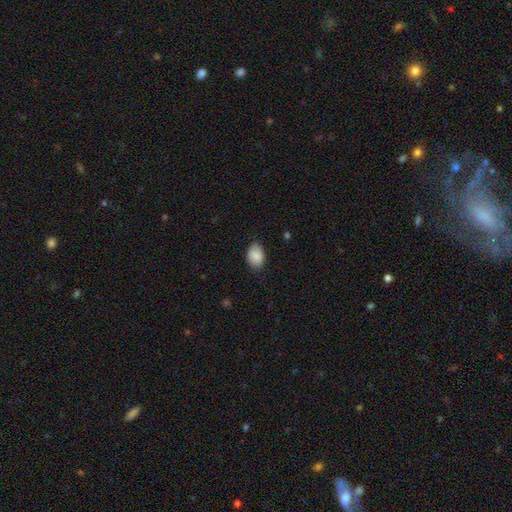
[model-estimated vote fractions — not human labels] A smooth galaxy with no disk features (86%) that is in between round and cigar-shaped (82%).

Vote fractions:
- Smooth or featured? smooth: 86% / featured or disk: 7% / star or artifact: 7%
- How rounded? in between: 82% / round: 17% / cigar-shaped: 1%
- Merging? none: 77% / minor disturbance: 19% / major disturbance: 3% / merger: 1%